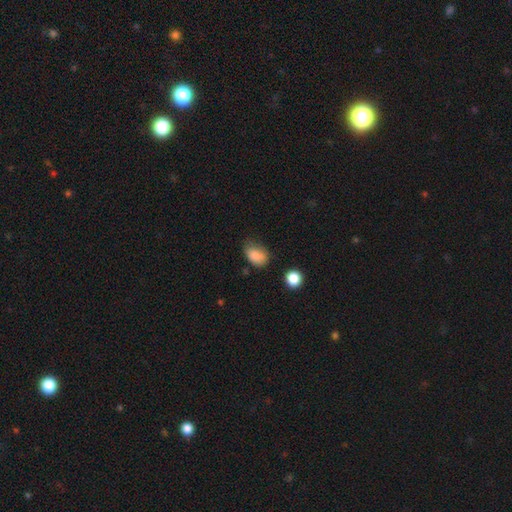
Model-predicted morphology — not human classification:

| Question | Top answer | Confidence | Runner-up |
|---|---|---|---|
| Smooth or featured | smooth | 83% | star or artifact (9%) |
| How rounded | in between | 80% | round (19%) |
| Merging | none | 49% | minor disturbance (38%) |